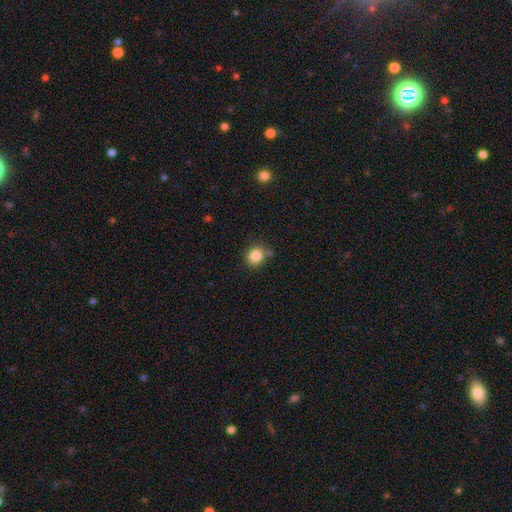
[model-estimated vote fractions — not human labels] Smooth or featured? smooth (85%)
How rounded? round (79%)
Merging? none (75%)